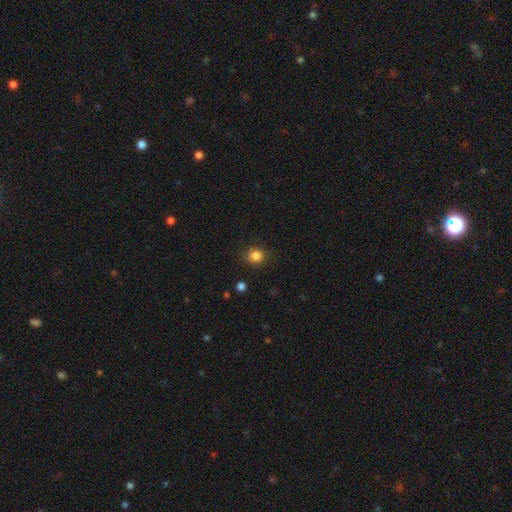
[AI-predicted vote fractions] Smooth or featured? Predicted: smooth (p=0.84). How rounded? Predicted: round (p=0.86). Merging? Predicted: none (p=0.88).